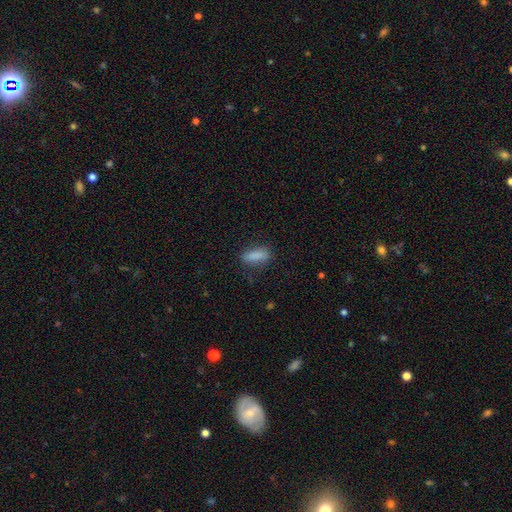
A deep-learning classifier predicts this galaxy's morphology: Smooth or featured?
  - smooth: 85% *
  - star or artifact: 8%
  - featured or disk: 7%
How rounded?
  - in between: 67% *
  - cigar-shaped: 30%
  - round: 3%
Merging?
  - none: 78% *
  - minor disturbance: 15%
  - major disturbance: 5%
  - merger: 2%